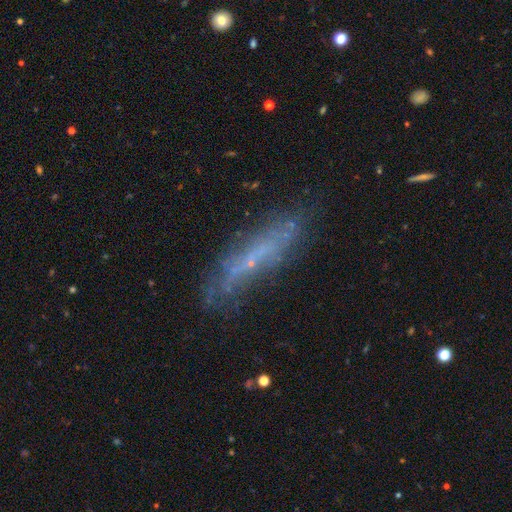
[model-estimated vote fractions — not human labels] A featured or disk galaxy (58%) viewed edge-on (56%). Merging: none (72%).